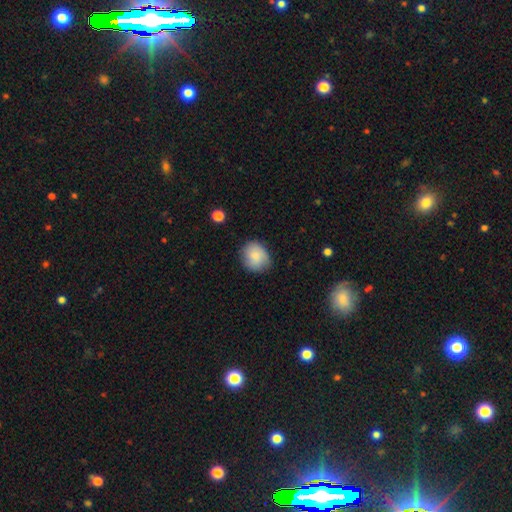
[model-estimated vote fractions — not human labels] Smooth or featured? smooth (84%)
How rounded? round (73%)
Merging? none (77%)